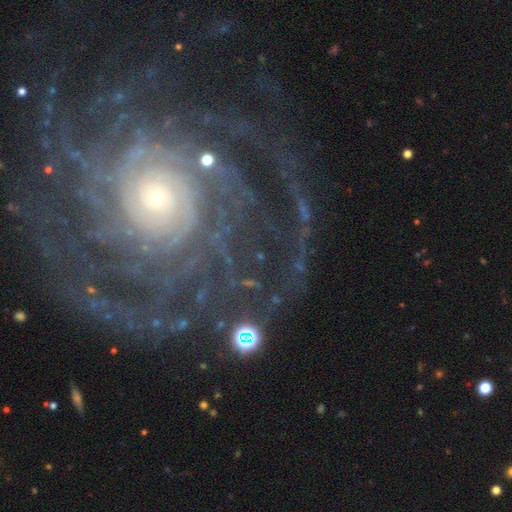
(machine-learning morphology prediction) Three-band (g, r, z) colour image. It shows a featured or disk galaxy (89%) with no bar (81%), tight (73%) spiral arms (97%) and a small central bulge (52%). Merging: none (72%).